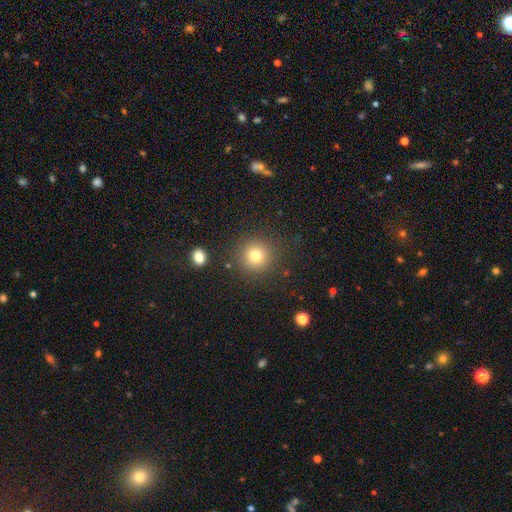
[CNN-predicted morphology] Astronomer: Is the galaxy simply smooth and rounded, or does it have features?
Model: smooth — 78%.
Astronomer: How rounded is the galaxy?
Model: round — 94%.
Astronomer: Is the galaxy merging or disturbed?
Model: none — 86%.